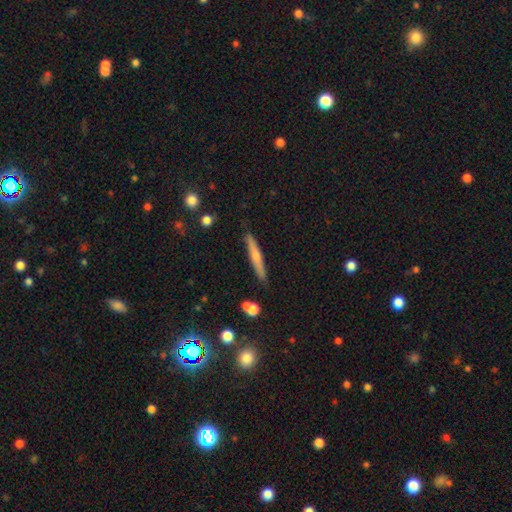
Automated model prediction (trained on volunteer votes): Smooth or featured? Predicted: featured or disk (p=0.48). Merging? Predicted: none (p=0.89).